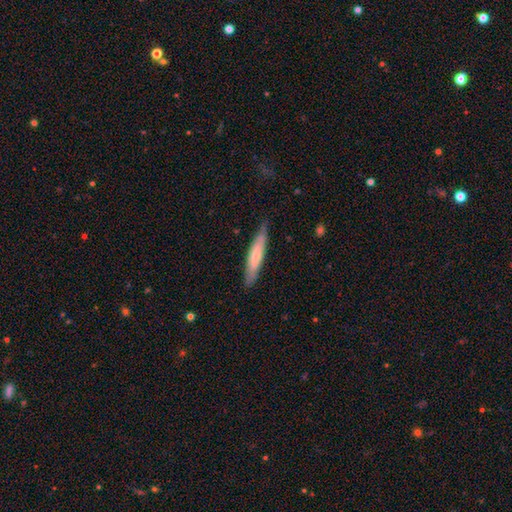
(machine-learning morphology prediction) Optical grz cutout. It shows a smooth galaxy with no disk features (62%) that is cigar-shaped (88%). Merging: none (83%).